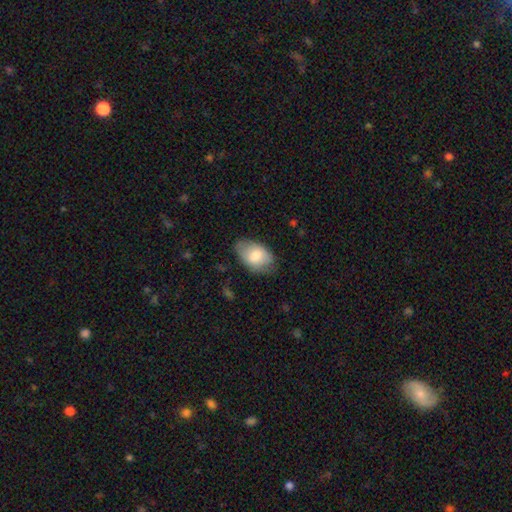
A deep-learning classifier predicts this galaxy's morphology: A smooth galaxy with no disk features (76%) that is in between round and cigar-shaped (91%). Merging: none (72%).